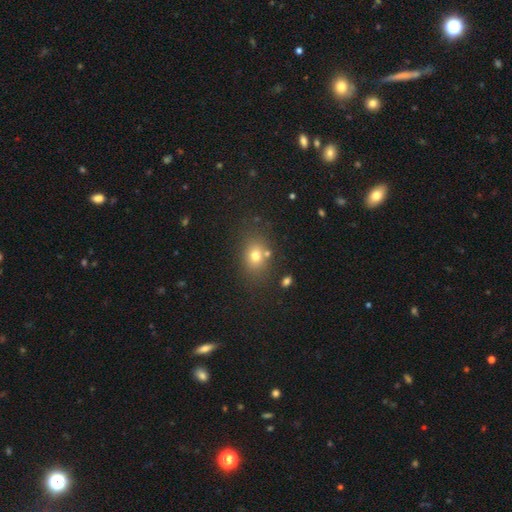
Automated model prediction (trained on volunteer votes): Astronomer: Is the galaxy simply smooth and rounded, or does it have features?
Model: smooth — 73%.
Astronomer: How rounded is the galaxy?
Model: in between — 54% (runner-up: round, 45%).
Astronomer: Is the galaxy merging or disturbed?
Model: none — 74%.